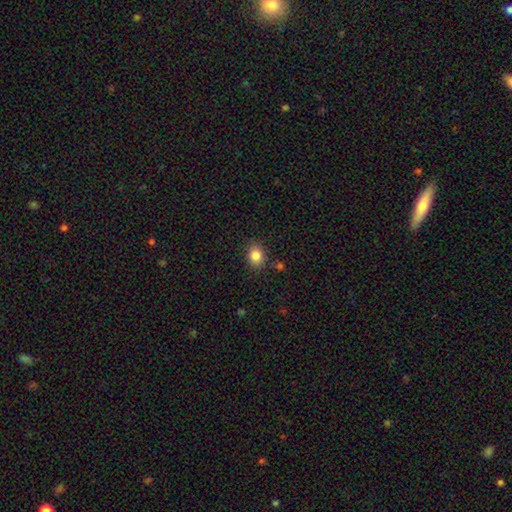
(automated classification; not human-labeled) Overall: smooth (86%). How rounded: in between (50%; round 49%). Merging: none (82%).